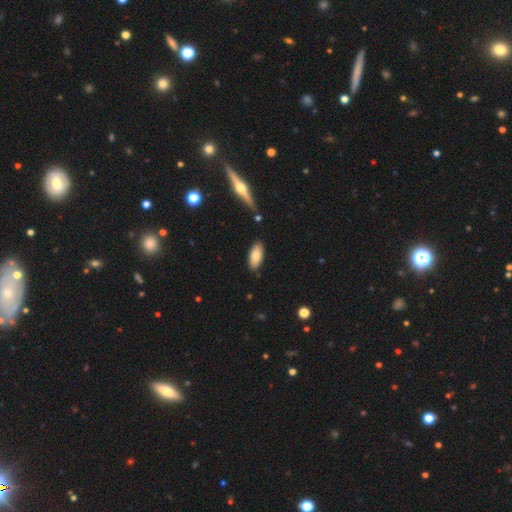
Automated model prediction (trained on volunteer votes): Smooth or featured: smooth — 80% (featured or disk — 14%)
How rounded: in between — 87% (cigar-shaped — 11%)
Merging: none — 84% (minor disturbance — 11%)